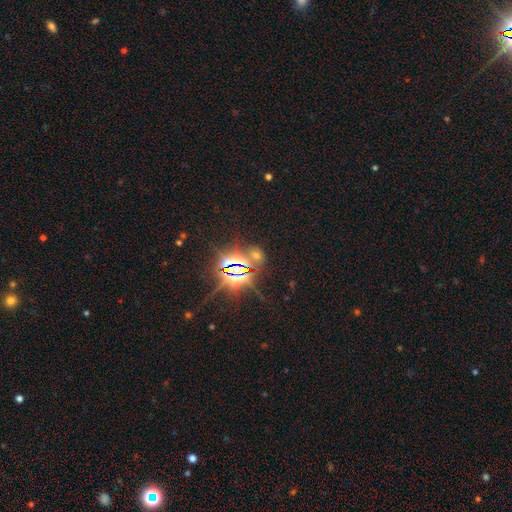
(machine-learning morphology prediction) Q: Smooth or featured?
A: star or artifact (70%); runner-up: smooth (21%)